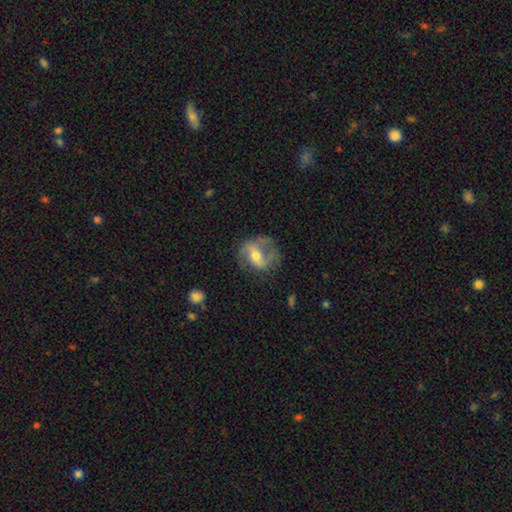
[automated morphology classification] This is likely a featured or disk galaxy (72%). It is clearly not viewed edge-on (95%). Bar: marginally weak (38%). Spiral arm pattern: clearly yes (83%). Spiral arm count: likely 2 (79%). Spiral winding: marginally medium (44%). Central bulge: likely moderate (62%). Merging: likely none (61%).